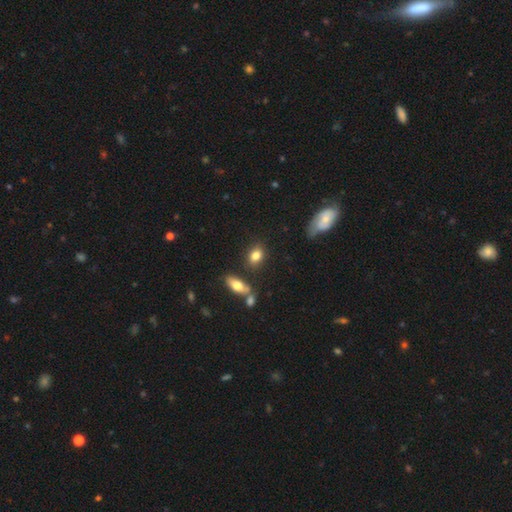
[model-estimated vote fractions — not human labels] This appears to be a smooth galaxy with no disk features (81%) that is in between round and cigar-shaped (70%). Merging: none (77%).